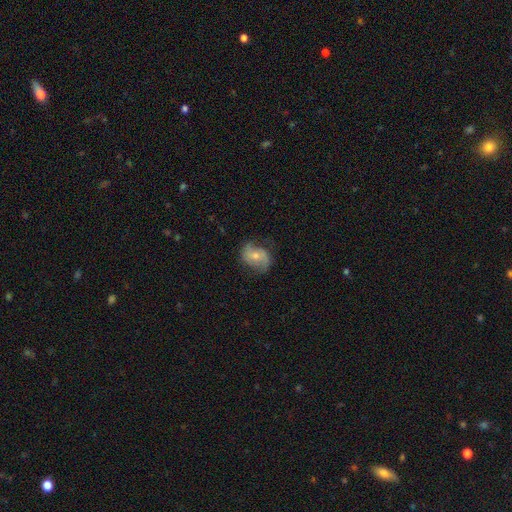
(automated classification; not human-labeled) Morphology: type=featured or disk (65%); edge-on=no (97%); bar=no (59%); spiral arms=yes (88%); winding=loose (44%); arm count=2 (86%); bulge=moderate (50%); merging=none (70%).